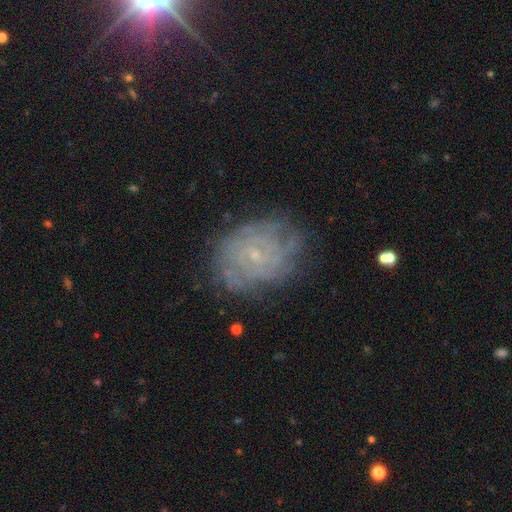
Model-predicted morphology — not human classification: A featured or disk galaxy (69%) with no bar (72%), tight (68%) spiral arms (85%) and a small central bulge (83%).

Vote fractions:
- Smooth or featured? featured or disk: 69% / smooth: 18% / star or artifact: 14%
- Edge-on disk? no: 97% / yes: 3%
- Bar? no: 72% / weak: 23% / strong: 4%
- Spiral arms? yes: 85% / no: 15%
- Spiral winding? tight: 68% / medium: 23% / loose: 9%
- Spiral arm count? can't tell: 53% / 4: 12% / 2: 10% / more than 4: 10% / 3: 9% / 1: 6%
- Bulge size? small: 83% / moderate: 10% / none: 5% / large: 1% / dominant: 1%
- Merging? none: 73% / minor disturbance: 17% / major disturbance: 8% / merger: 2%